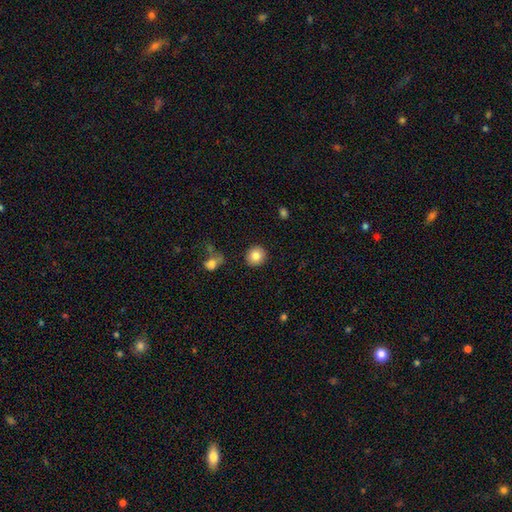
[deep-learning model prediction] Smooth or featured? Predicted: smooth (p=0.84). How rounded? Predicted: round (p=0.91). Merging? Predicted: none (p=0.89).